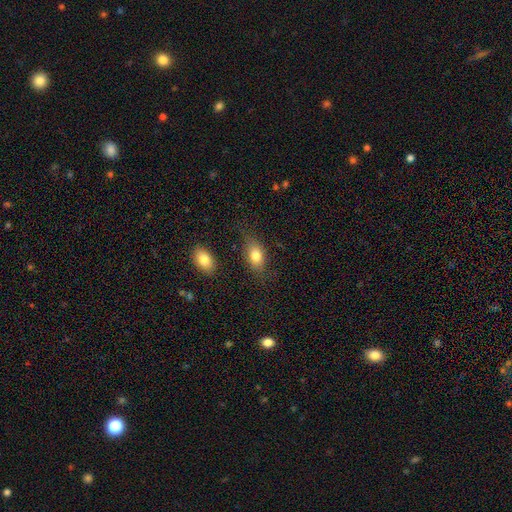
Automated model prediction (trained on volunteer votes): Smooth or featured: smooth — 78% (featured or disk — 13%)
How rounded: in between — 85% (round — 11%)
Merging: none — 69% (minor disturbance — 19%)